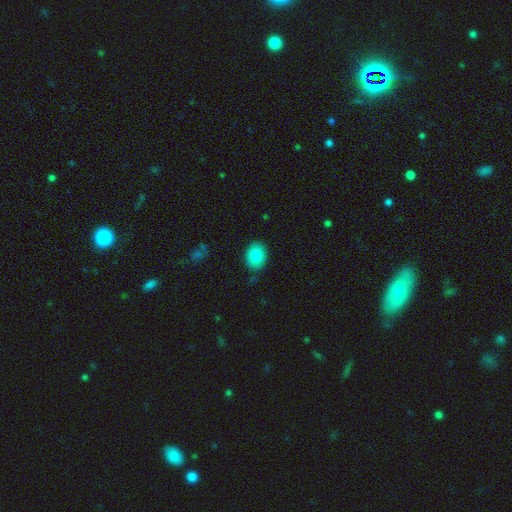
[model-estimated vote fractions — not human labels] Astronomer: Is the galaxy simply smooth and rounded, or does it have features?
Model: smooth — 83%.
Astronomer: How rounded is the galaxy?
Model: in between — 67%.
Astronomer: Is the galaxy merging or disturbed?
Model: none — 85%.